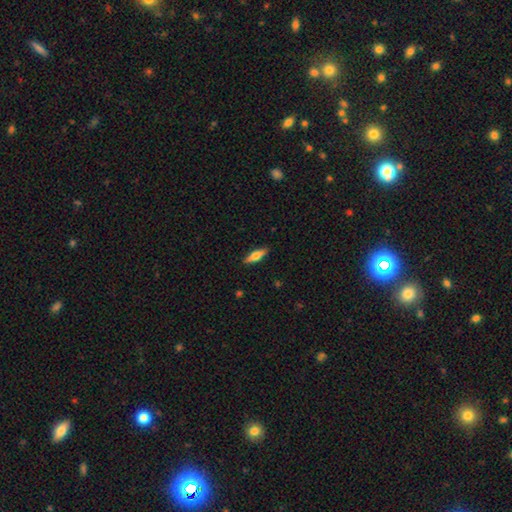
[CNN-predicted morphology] smooth-or-featured: smooth: 51% | featured or disk: 43% | star or artifact: 6%
  how-rounded: cigar-shaped: 56% | in between: 41% | round: 3%
  merging: none: 90% | minor disturbance: 8% | major disturbance: 2% | merger: 1%